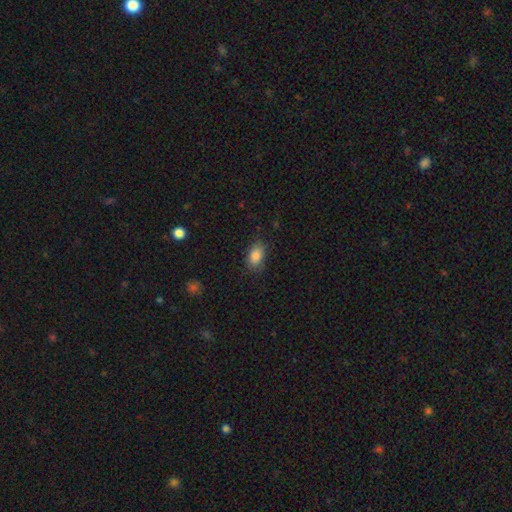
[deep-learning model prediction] Smooth or featured? smooth (86%)
How rounded? in between (89%)
Merging? none (81%)